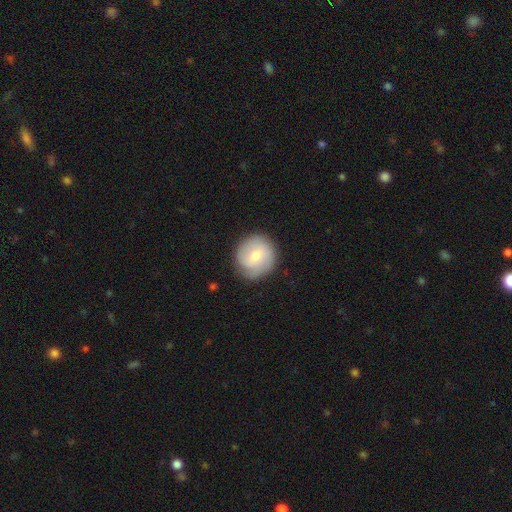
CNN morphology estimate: Q: Smooth or featured?
A: smooth (54%); runner-up: featured or disk (39%)
Q: How rounded?
A: round (91%); runner-up: in between (8%)
Q: Merging?
A: none (78%); runner-up: minor disturbance (16%)